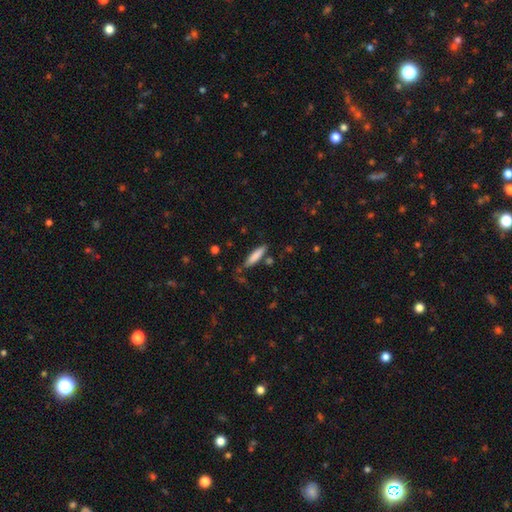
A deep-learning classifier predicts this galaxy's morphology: smooth_or_featured: smooth (p=0.81) [alt: featured or disk p=0.13]
how_rounded: cigar-shaped (p=0.80) [alt: in between p=0.18]
merging: none (p=0.79) [alt: minor disturbance p=0.14]